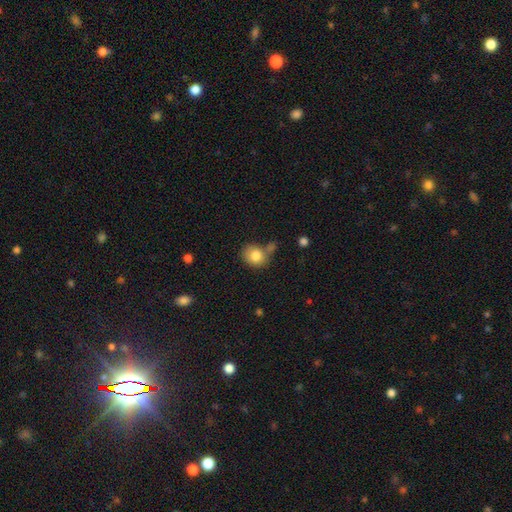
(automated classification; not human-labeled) Smooth or featured? smooth (81%)
How rounded? round (68%)
Merging? none (54%)